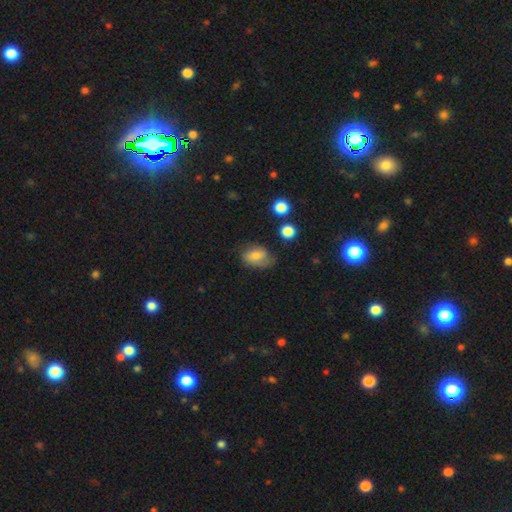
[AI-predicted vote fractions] smooth-or-featured: smooth: 62% | featured or disk: 29% | star or artifact: 10%
  how-rounded: in between: 79% | round: 20% | cigar-shaped: 2%
  merging: none: 54% | minor disturbance: 30% | major disturbance: 14% | merger: 3%